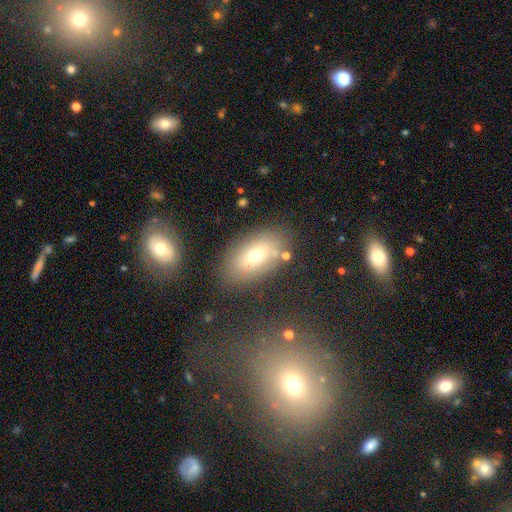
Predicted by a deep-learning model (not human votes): A smooth galaxy with no disk features (64%) that is in between round and cigar-shaped (90%). Merging: none (78%).